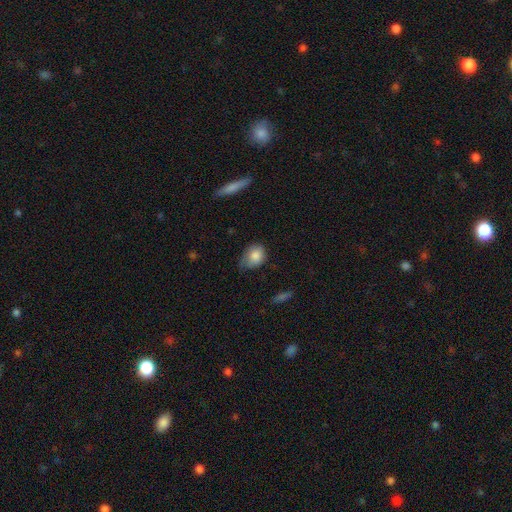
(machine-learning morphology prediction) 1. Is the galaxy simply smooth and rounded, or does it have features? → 81% smooth, 11% featured or disk, 8% star or artifact.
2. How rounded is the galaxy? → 61% in between, 37% round, 1% cigar-shaped.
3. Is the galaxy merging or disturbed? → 45% none, 42% minor disturbance, 11% major disturbance, 2% merger.